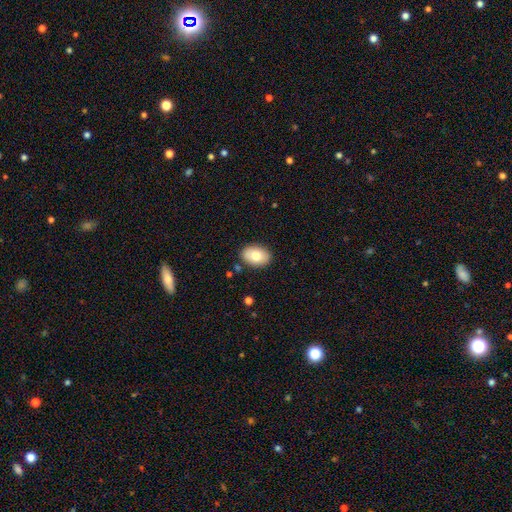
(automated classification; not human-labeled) smooth-or-featured: smooth: 77% | featured or disk: 16% | star or artifact: 7%
  how-rounded: in between: 83% | round: 16% | cigar-shaped: 1%
  merging: none: 87% | minor disturbance: 9% | major disturbance: 2% | merger: 2%